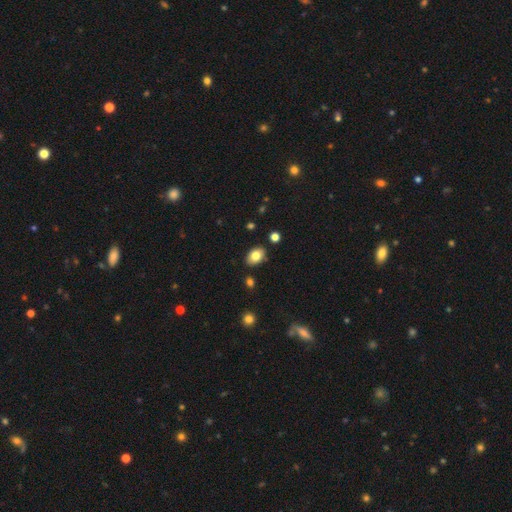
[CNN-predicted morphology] A smooth galaxy with no disk features (82%) that is in between round and cigar-shaped (83%).

Vote fractions:
- Smooth or featured? smooth: 82% / featured or disk: 10% / star or artifact: 8%
- How rounded? in between: 83% / round: 16% / cigar-shaped: 1%
- Merging? none: 85% / minor disturbance: 10% / merger: 3% / major disturbance: 2%